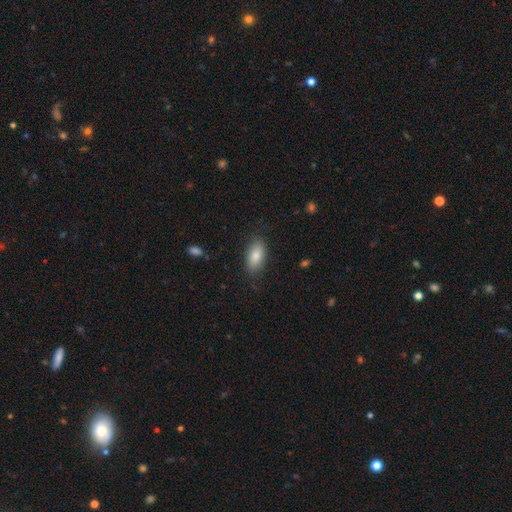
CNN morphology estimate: Smooth or featured? Predicted: smooth (p=0.83). How rounded? Predicted: in between (p=0.90). Merging? Predicted: none (p=0.84).